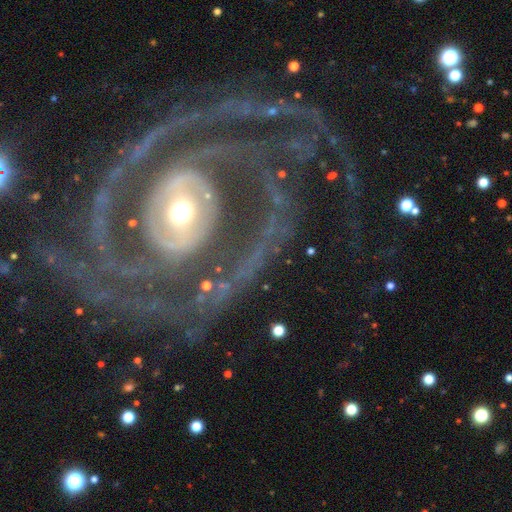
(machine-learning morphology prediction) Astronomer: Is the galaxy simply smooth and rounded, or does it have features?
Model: featured or disk — 87%.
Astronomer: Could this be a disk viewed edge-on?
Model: no — 96%.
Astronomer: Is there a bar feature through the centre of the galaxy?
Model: no — 52%.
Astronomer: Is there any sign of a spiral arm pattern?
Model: yes — 89%.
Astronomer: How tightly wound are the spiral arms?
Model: tight — 49% (runner-up: medium, 34%).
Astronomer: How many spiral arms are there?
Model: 2 — 43% (runner-up: can't tell, 18%).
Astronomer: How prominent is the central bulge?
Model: moderate — 61%.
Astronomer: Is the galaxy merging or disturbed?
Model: none — 67%.